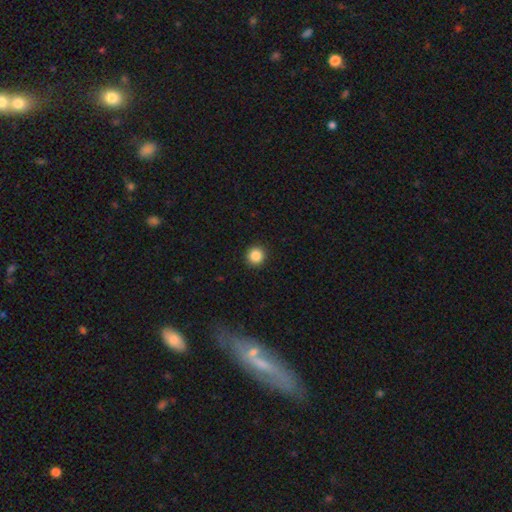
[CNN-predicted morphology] smooth_or_featured: smooth (p=0.86) [alt: star or artifact p=0.10]
how_rounded: round (p=0.95) [alt: in between p=0.04]
merging: none (p=0.93) [alt: minor disturbance p=0.05]